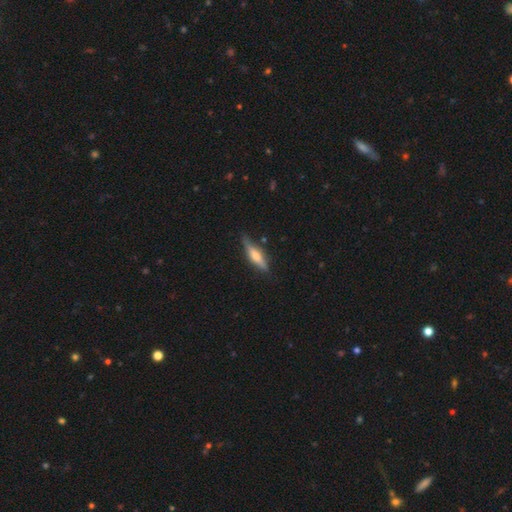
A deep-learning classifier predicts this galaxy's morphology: This is possibly a featured or disk galaxy (59%). It is clearly viewed edge-on (94%). Edge-on bulge: clearly rounded (84%). Merging: likely none (79%).